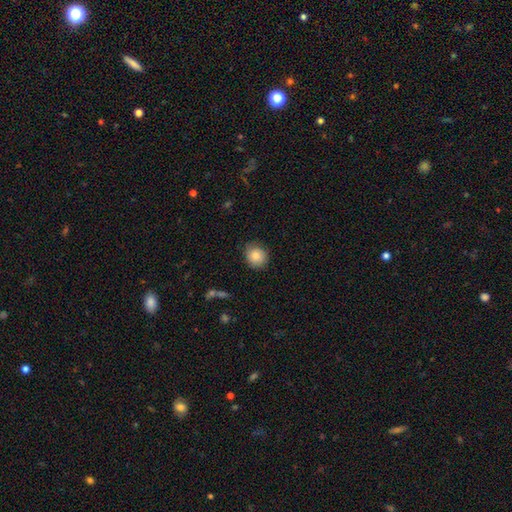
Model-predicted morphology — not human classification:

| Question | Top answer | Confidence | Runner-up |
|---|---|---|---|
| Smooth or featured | smooth | 80% | featured or disk (11%) |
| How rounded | round | 78% | in between (21%) |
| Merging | none | 82% | minor disturbance (14%) |